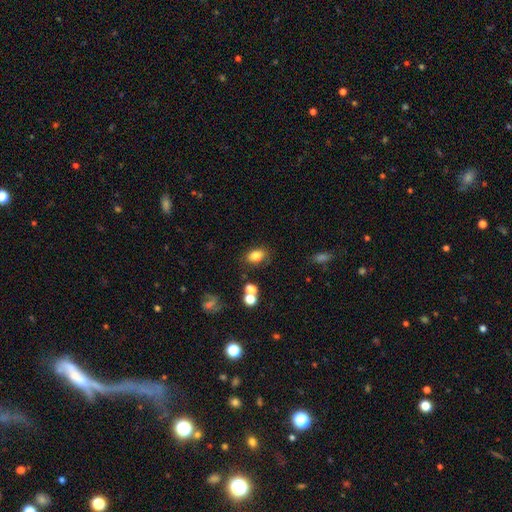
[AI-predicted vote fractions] Overall: smooth (80%). How rounded: in between (79%). Merging: none (73%).